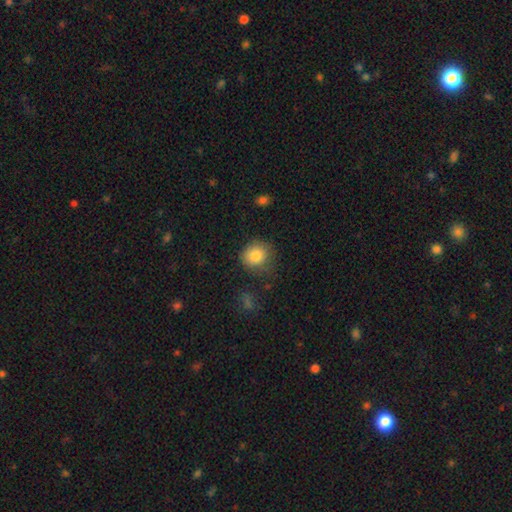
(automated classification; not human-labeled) smooth-or-featured: smooth: 83% | star or artifact: 9% | featured or disk: 8%
  how-rounded: round: 84% | in between: 15% | cigar-shaped: 1%
  merging: none: 71% | minor disturbance: 20% | major disturbance: 6% | merger: 3%